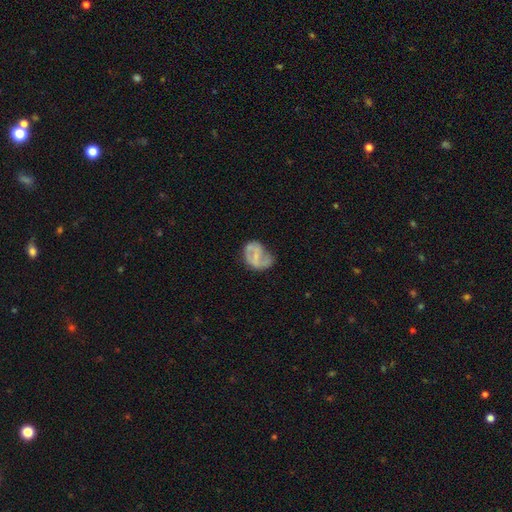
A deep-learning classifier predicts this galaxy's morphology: smooth-or-featured: featured or disk: 54% | smooth: 37% | star or artifact: 8%
  disk-edge-on: no: 97% | yes: 3%
    bar: no: 49% | weak: 35% | strong: 15%
    has-spiral-arms: no: 53% | yes: 47%
    bulge-size: small: 46% | none: 34% | moderate: 18% | large: 2% | dominant: 1%
  merging: none: 36% | minor disturbance: 31% | major disturbance: 29% | merger: 5%